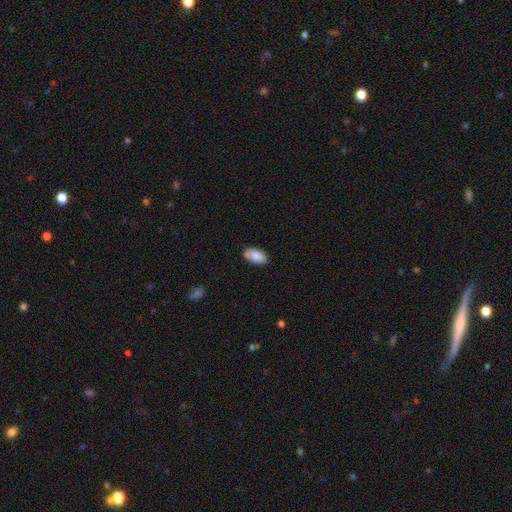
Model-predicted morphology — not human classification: Smooth or featured? smooth (83%)
How rounded? in between (94%)
Merging? none (67%)